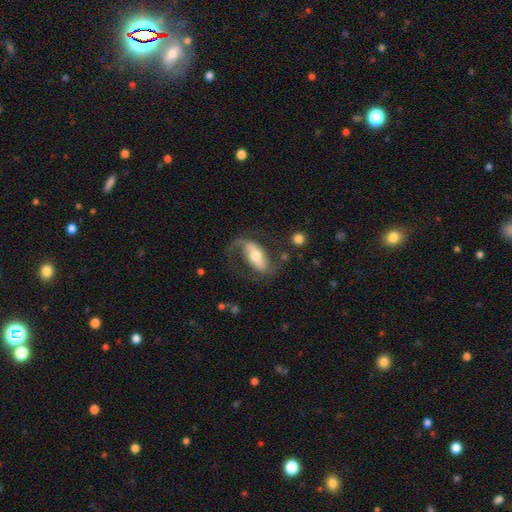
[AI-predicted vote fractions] Morphology: type=featured or disk (75%); edge-on=no (91%); bar=strong (46%); spiral arms=yes (89%); winding=loose (55%); arm count=2 (74%); bulge=moderate (66%); merging=none (57%).